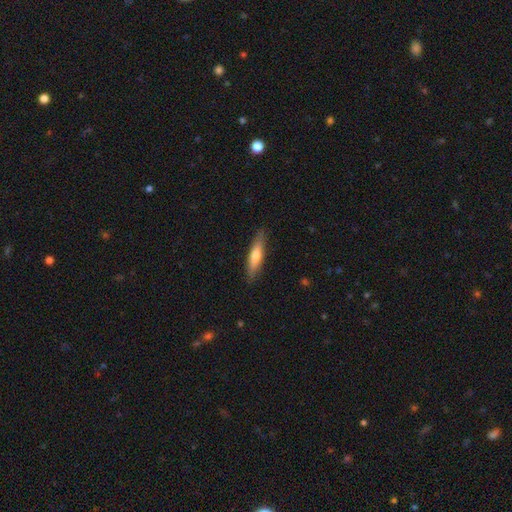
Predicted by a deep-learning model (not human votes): smooth_or_featured: smooth (p=0.64) [alt: featured or disk p=0.31]
how_rounded: cigar-shaped (p=0.78) [alt: in between p=0.21]
merging: none (p=0.86) [alt: minor disturbance p=0.11]